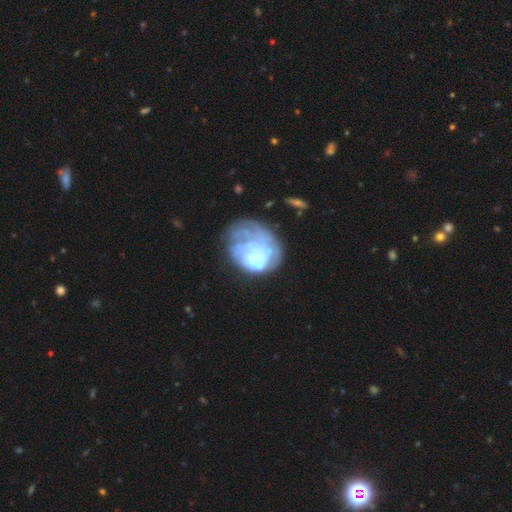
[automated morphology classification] type=featured or disk (62%); edge-on=no (98%); bar=no (85%); spiral arms=no (73%); bulge=none (52%); merging=none (37%).